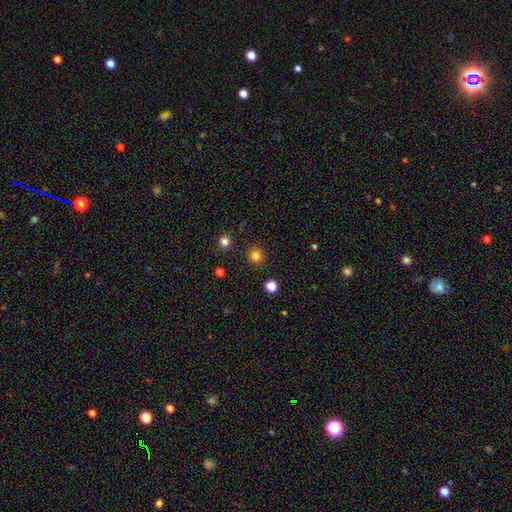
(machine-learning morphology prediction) Smooth or featured?
  - smooth: 81% *
  - star or artifact: 15%
  - featured or disk: 4%
How rounded?
  - round: 95% *
  - in between: 4%
  - cigar-shaped: 1%
Merging?
  - none: 91% *
  - minor disturbance: 5%
  - major disturbance: 2%
  - merger: 2%